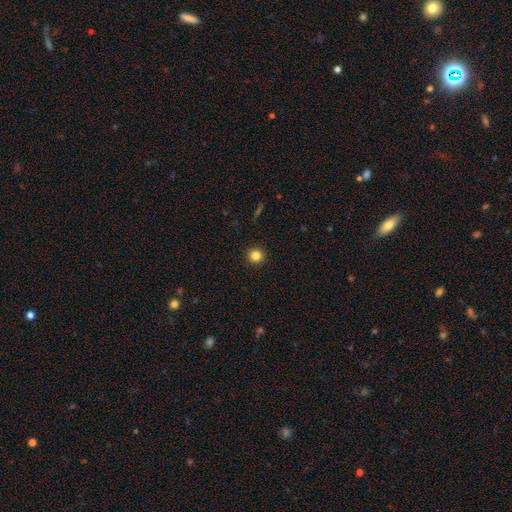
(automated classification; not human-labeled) smooth_or_featured: smooth (p=0.83) [alt: star or artifact p=0.12]
how_rounded: round (p=0.95) [alt: in between p=0.04]
merging: none (p=0.93) [alt: minor disturbance p=0.04]